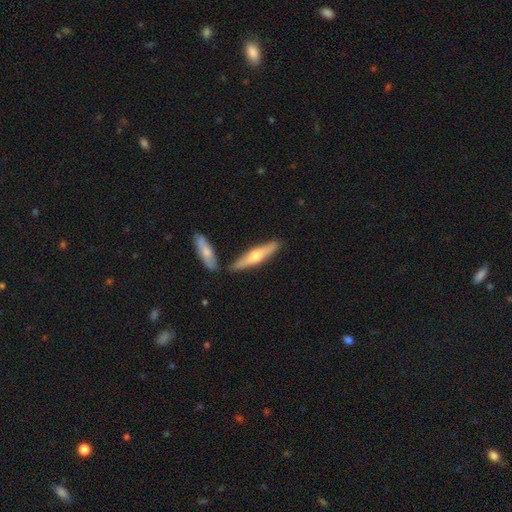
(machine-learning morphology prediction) Smooth or featured: featured or disk — 50% (smooth — 44%)
Edge-on disk: yes — 91% (no — 9%)
Merging: none — 80% (minor disturbance — 9%)